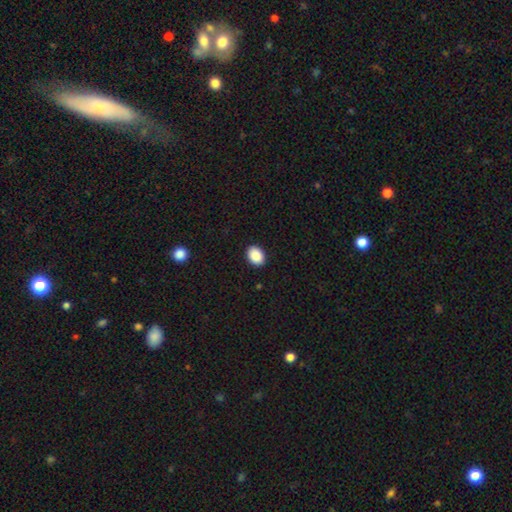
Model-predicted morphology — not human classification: This appears to be a smooth galaxy with no disk features (90%) that is in between round and cigar-shaped (72%). Merging: none (90%).